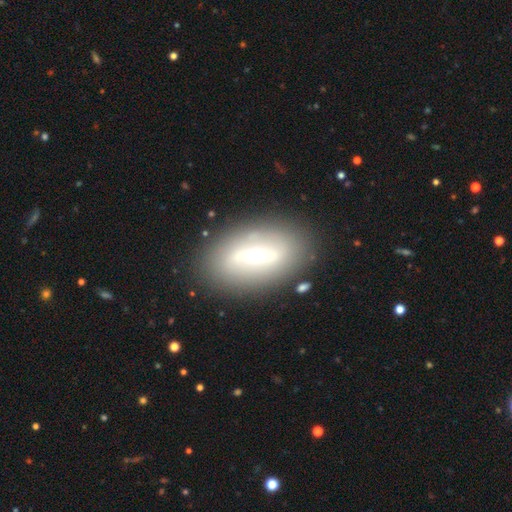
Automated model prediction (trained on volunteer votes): Smooth or featured?
  - featured or disk: 57% *
  - smooth: 34%
  - star or artifact: 9%
Edge-on disk?
  - no: 80% *
  - yes: 20%
Merging?
  - none: 85% *
  - minor disturbance: 10%
  - major disturbance: 4%
  - merger: 2%